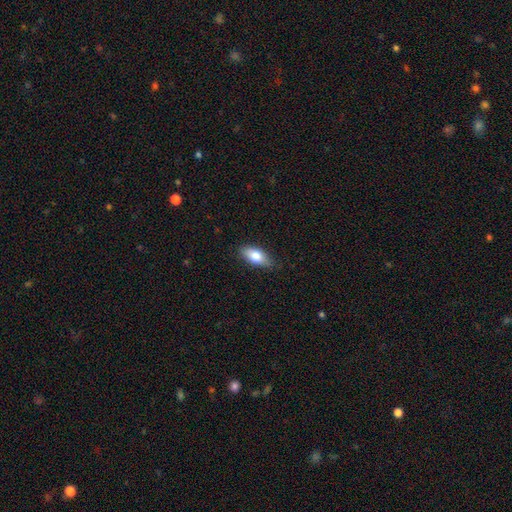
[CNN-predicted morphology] Smooth or featured? smooth (78%)
How rounded? in between (85%)
Merging? none (80%)